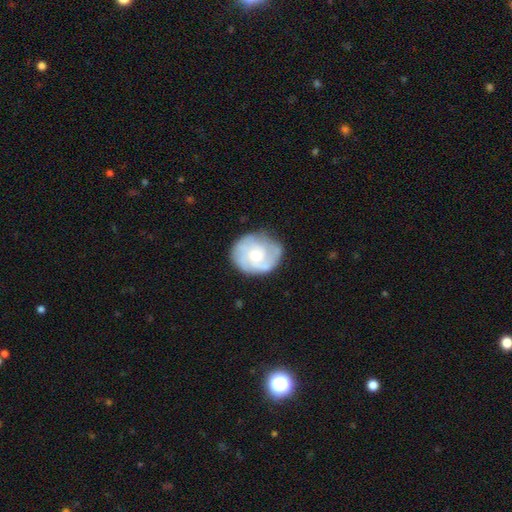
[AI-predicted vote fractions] Morphology: type=featured or disk (66%); edge-on=no (97%); bar=no (75%); spiral arms=yes (85%); winding=tight (51%); arm count=can't tell (33%); bulge=moderate (59%); merging=none (68%).